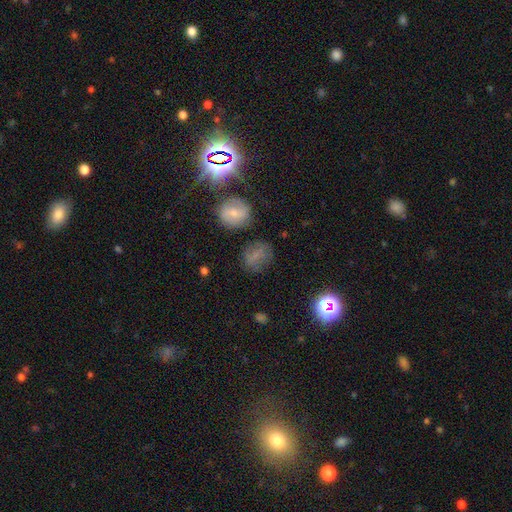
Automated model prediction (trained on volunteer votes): Overall: smooth (62%). How rounded: round (50%; in between 48%). Merging: none (72%).